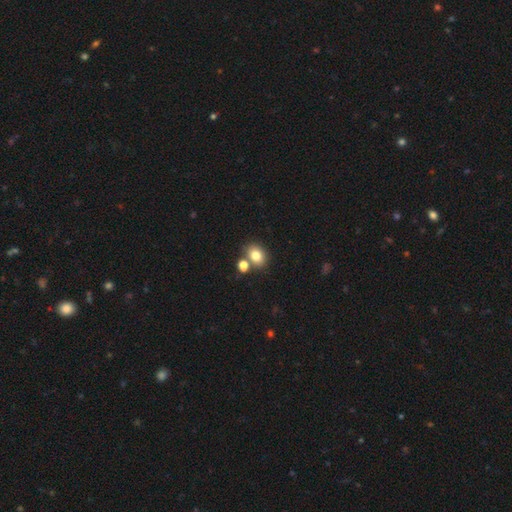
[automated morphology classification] type=smooth (80%); roundness=in between (55%); merging=none (62%).